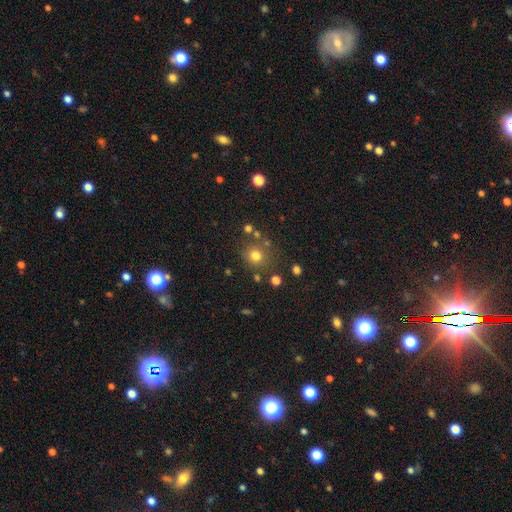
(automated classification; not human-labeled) Overall: smooth (75%). How rounded: round (87%). Merging: none (77%).